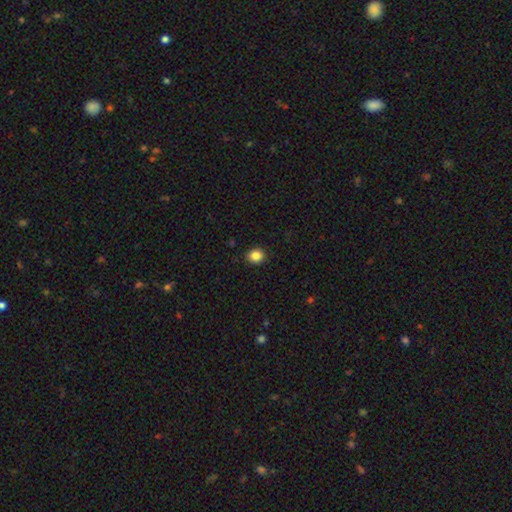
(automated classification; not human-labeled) smooth-or-featured: smooth: 86% | star or artifact: 10% | featured or disk: 4%
  how-rounded: round: 71% | in between: 28% | cigar-shaped: 1%
  merging: none: 90% | minor disturbance: 7% | major disturbance: 2% | merger: 1%